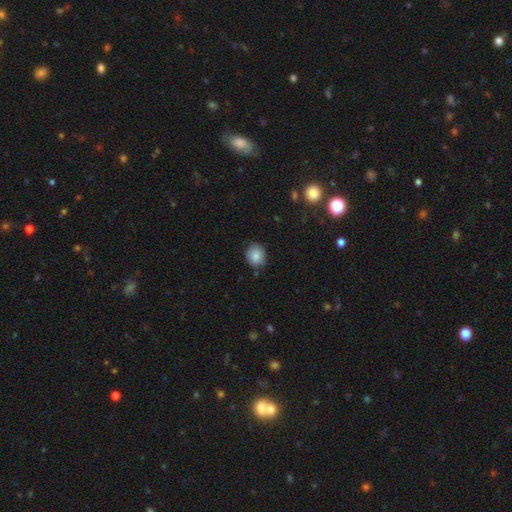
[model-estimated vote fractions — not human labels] Smooth or featured? Predicted: smooth (p=0.83). How rounded? Predicted: round (p=0.77). Merging? Predicted: none (p=0.81).